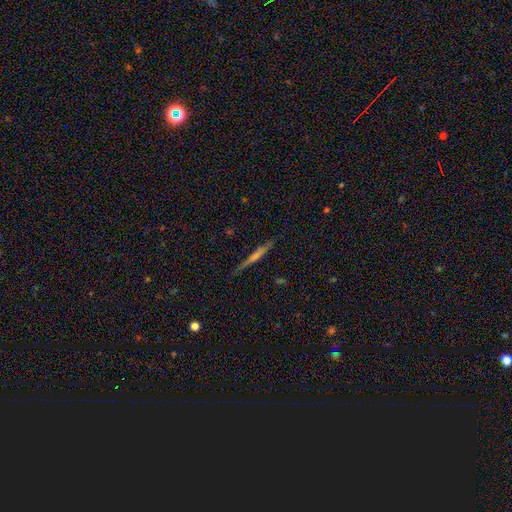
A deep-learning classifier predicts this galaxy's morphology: smooth_or_featured: featured or disk (p=0.69) [alt: smooth p=0.24]
disk_edge_on: yes (p=0.98) [alt: no p=0.02]
edge_on_bulge: rounded (p=0.55) [alt: none p=0.36]
merging: none (p=0.89) [alt: minor disturbance p=0.08]